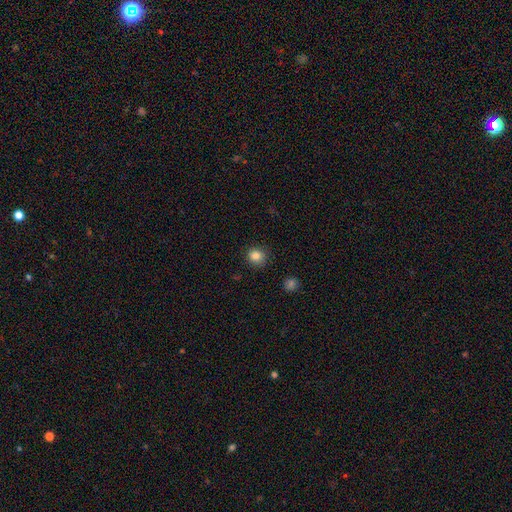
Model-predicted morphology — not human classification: Overall: smooth (85%). How rounded: round (87%). Merging: none (88%).